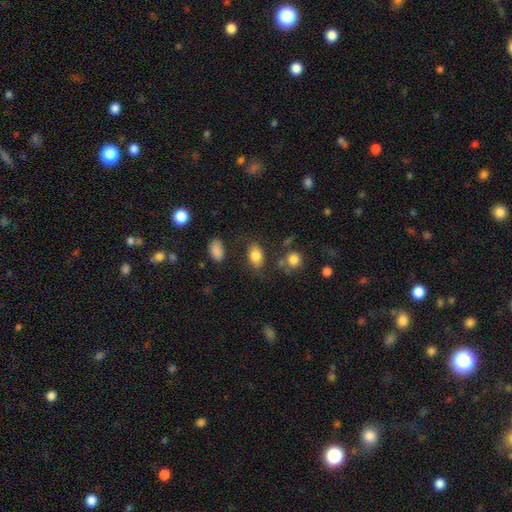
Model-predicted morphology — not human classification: Smooth or featured? smooth (83%)
How rounded? in between (87%)
Merging? none (73%)